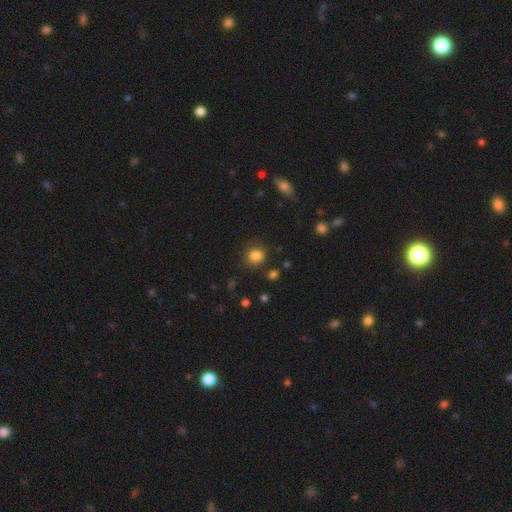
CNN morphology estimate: Overall: smooth (84%). How rounded: round (81%). Merging: none (81%).